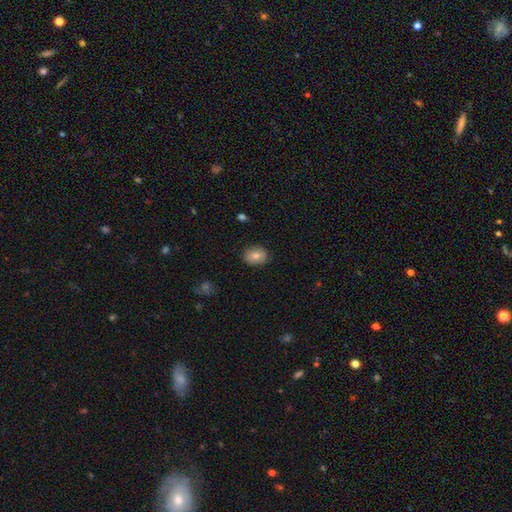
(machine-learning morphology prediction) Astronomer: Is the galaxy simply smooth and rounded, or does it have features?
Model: smooth — 79%.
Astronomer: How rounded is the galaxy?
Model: in between — 53% (runner-up: round, 46%).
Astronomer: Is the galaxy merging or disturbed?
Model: none — 87%.